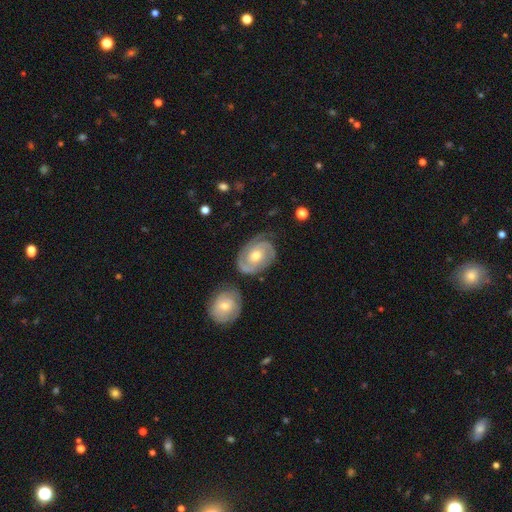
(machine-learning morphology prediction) Smooth or featured? featured or disk (85%)
Edge-on disk? no (97%)
Bar? no (69%)
Spiral arms? yes (96%)
Spiral winding? tight (62%)
Spiral arm count? 2 (76%)
Bulge size? moderate (76%)
Merging? none (68%)